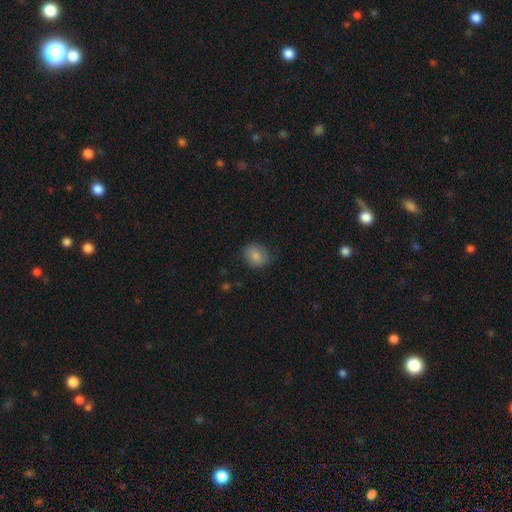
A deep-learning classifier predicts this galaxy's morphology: Overall: smooth (81%). How rounded: round (63%; in between 36%). Merging: none (76%).